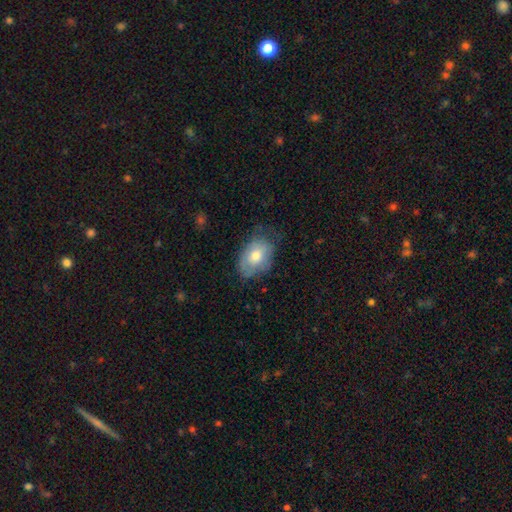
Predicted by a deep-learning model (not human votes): smooth-or-featured: smooth: 65% | featured or disk: 28% | star or artifact: 7%
  how-rounded: in between: 81% | round: 17% | cigar-shaped: 1%
  merging: none: 57% | minor disturbance: 32% | major disturbance: 10% | merger: 1%